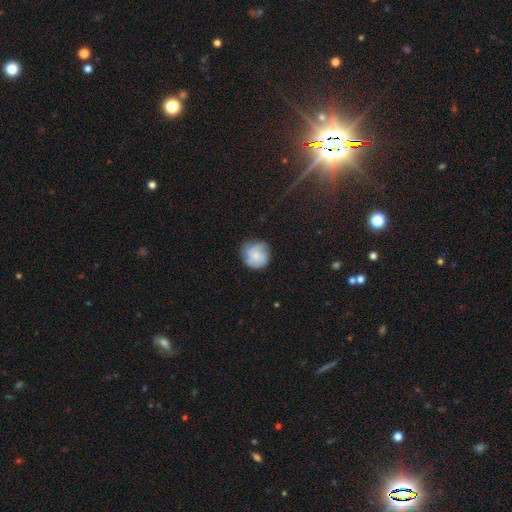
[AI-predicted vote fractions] A smooth galaxy with no disk features (64%) that is round (89%). Merging: none (71%).